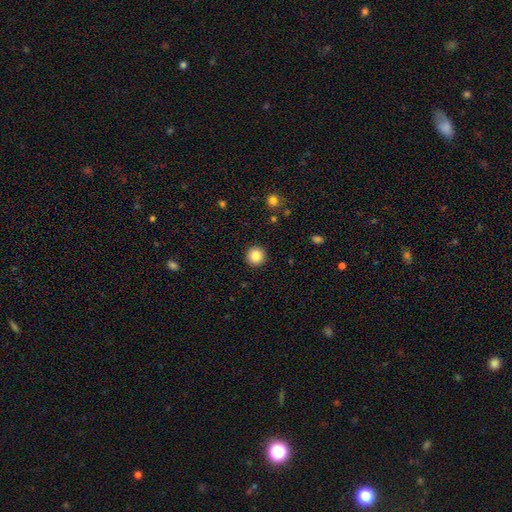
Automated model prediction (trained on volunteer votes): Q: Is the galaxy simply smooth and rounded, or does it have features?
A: smooth — 85%.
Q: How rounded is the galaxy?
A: round — 94%.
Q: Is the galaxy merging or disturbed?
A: none — 93%.